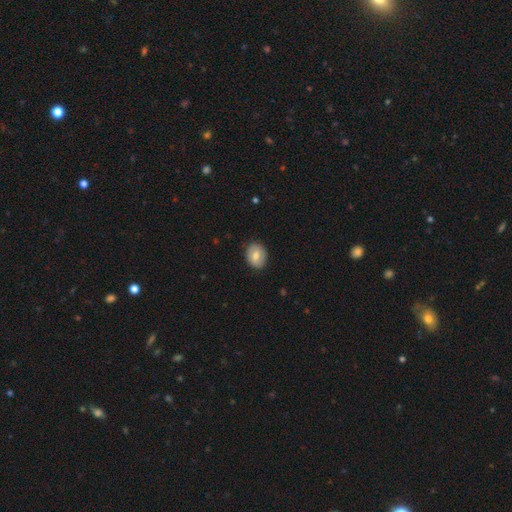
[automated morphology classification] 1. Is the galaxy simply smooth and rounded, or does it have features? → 70% smooth, 23% featured or disk, 7% star or artifact.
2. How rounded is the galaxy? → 50% in between, 49% round, 1% cigar-shaped.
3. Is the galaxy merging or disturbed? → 87% none, 10% minor disturbance, 2% major disturbance, 1% merger.